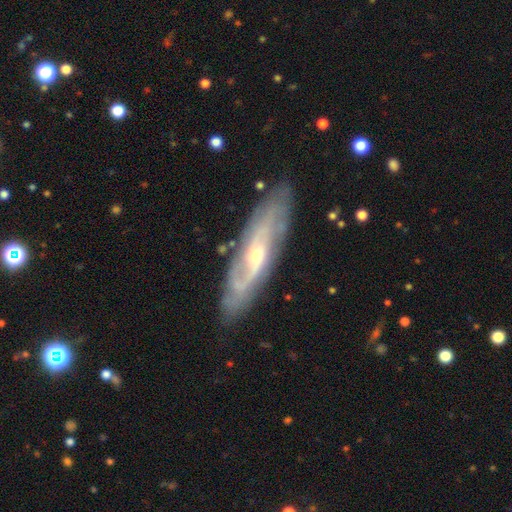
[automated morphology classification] Smooth or featured?
  - featured or disk: 80% *
  - smooth: 14%
  - star or artifact: 6%
Edge-on disk?
  - no: 73% *
  - yes: 27%
Bar?
  - no: 49% *
  - weak: 40%
  - strong: 11%
Spiral arms?
  - yes: 89% *
  - no: 11%
Spiral winding?
  - tight: 41% *
  - medium: 40%
  - loose: 19%
Spiral arm count?
  - 2: 47% *
  - can't tell: 37%
  - 3: 6%
  - 1: 4%
  - 4: 3%
  - more than 4: 3%
Bulge size?
  - moderate: 49% *
  - small: 45%
  - large: 3%
  - none: 2%
  - dominant: 1%
Merging?
  - none: 82% *
  - minor disturbance: 13%
  - major disturbance: 4%
  - merger: 2%